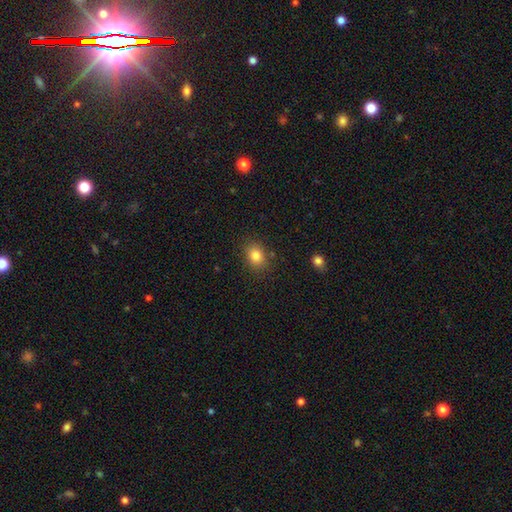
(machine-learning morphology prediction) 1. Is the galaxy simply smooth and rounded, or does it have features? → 82% smooth, 11% star or artifact, 7% featured or disk.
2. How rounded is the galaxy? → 55% in between, 44% round, 1% cigar-shaped.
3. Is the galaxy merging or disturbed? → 84% none, 11% minor disturbance, 3% major disturbance, 2% merger.